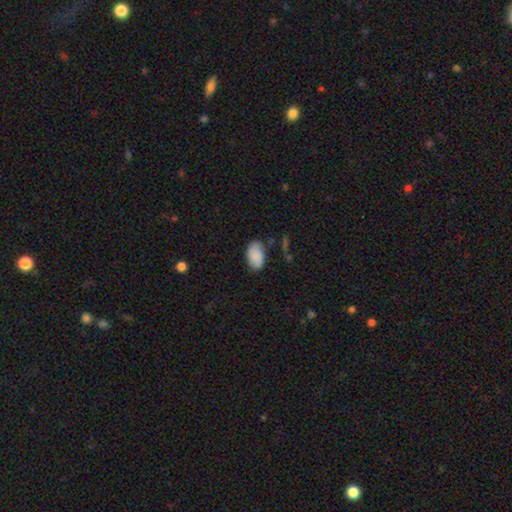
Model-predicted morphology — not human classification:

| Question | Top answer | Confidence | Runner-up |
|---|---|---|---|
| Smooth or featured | smooth | 81% | featured or disk (11%) |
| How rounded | in between | 92% | round (6%) |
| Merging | none | 73% | minor disturbance (20%) |